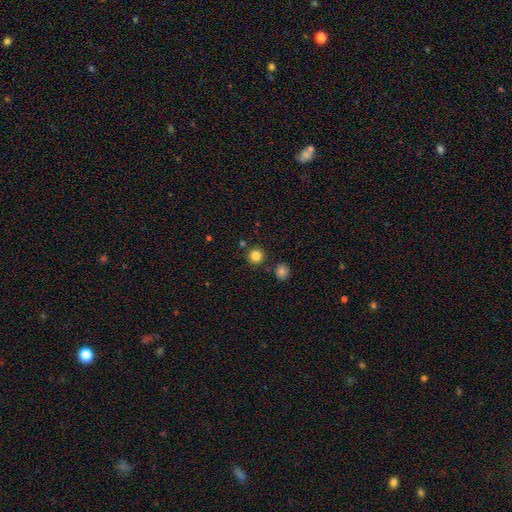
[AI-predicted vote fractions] A smooth galaxy with no disk features (84%) that is round (92%). Merging: none (85%).